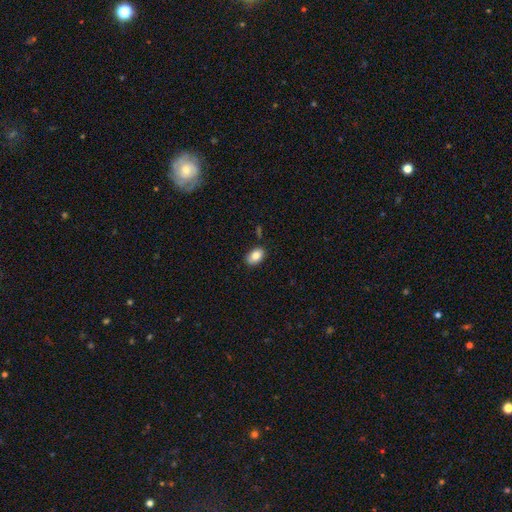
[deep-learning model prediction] Smooth or featured? smooth (84%)
How rounded? in between (90%)
Merging? none (84%)